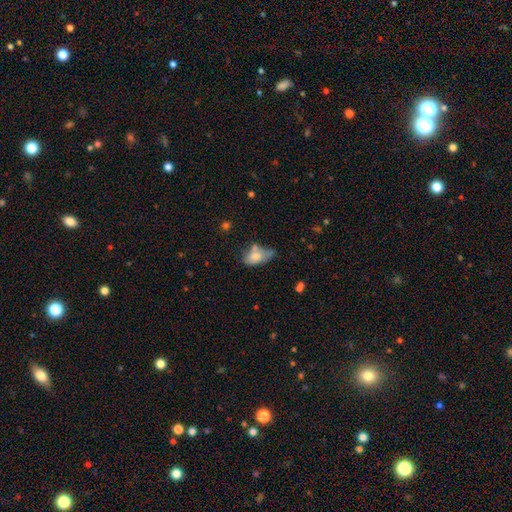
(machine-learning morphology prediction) The model was most divided on "merging": minor disturbance: 30%, none: 29%, merger: 22%, major disturbance: 19%. More confident: how rounded — in between (87%); smooth or featured — smooth (69%).